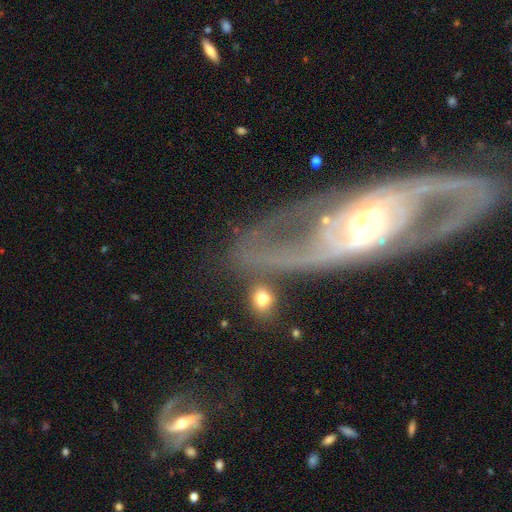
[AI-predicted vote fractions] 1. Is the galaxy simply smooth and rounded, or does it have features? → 80% featured or disk, 12% smooth, 8% star or artifact.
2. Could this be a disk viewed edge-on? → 90% no, 10% yes.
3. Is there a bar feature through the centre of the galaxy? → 45% no, 35% weak, 20% strong.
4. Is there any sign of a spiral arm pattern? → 87% yes, 13% no.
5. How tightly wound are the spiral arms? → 42% medium, 29% tight, 28% loose.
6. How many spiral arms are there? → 69% 2, 16% can't tell, 5% 1, 5% 3, 3% 4, 3% more than 4.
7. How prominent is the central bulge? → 55% small, 35% moderate, 5% large, 2% none, 2% dominant.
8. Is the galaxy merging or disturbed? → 60% none, 17% major disturbance, 16% minor disturbance, 7% merger.